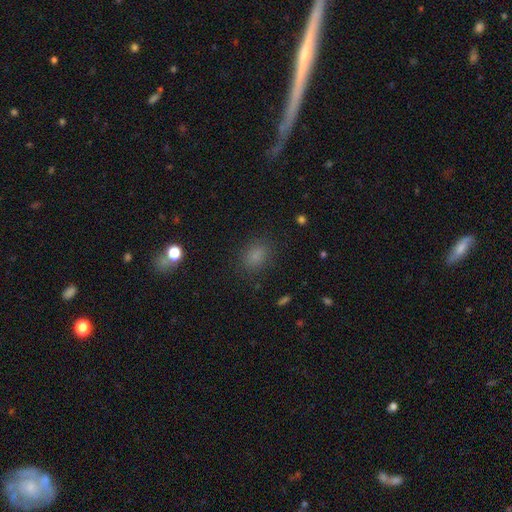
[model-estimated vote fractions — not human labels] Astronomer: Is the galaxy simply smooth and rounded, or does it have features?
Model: smooth — 80%.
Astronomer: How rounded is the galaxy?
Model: in between — 62%.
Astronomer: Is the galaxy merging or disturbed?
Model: none — 83%.